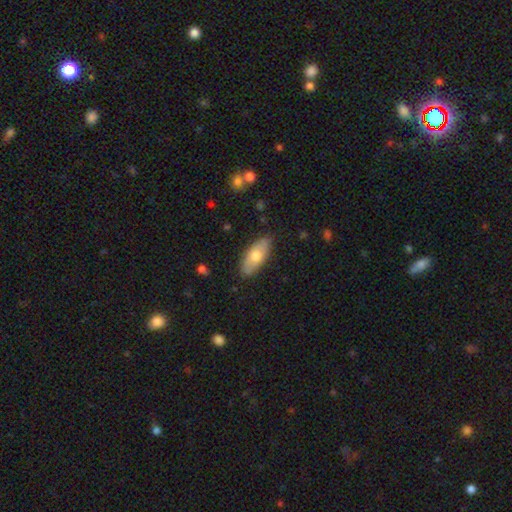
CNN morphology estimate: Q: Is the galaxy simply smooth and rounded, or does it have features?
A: smooth — 67%.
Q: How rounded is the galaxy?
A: in between — 83%.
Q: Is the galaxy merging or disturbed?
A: none — 85%.